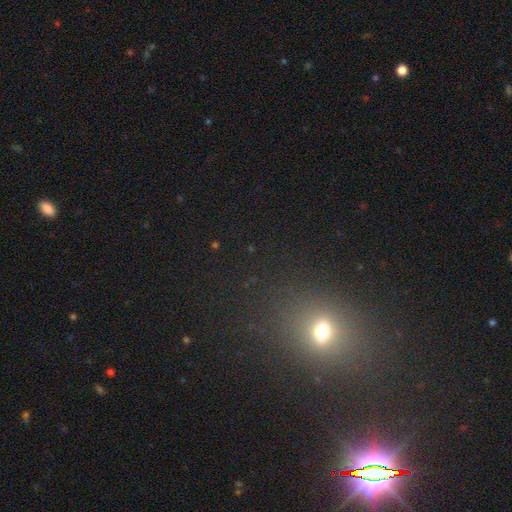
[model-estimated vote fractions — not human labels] Smooth or featured: star or artifact — 50% (smooth — 42%)